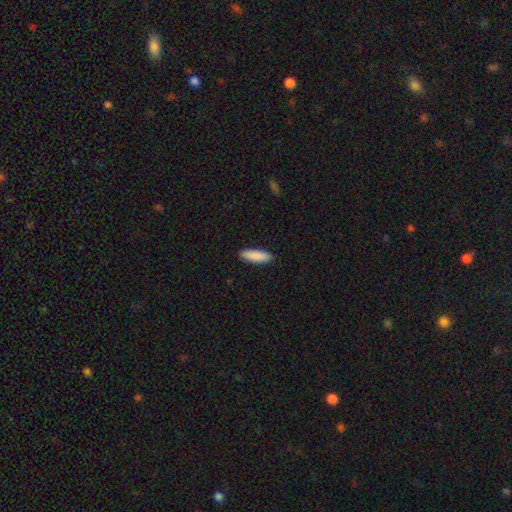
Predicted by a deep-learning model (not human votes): A smooth galaxy with no disk features (90%) that is in between round and cigar-shaped (50%). Merging: none (91%).